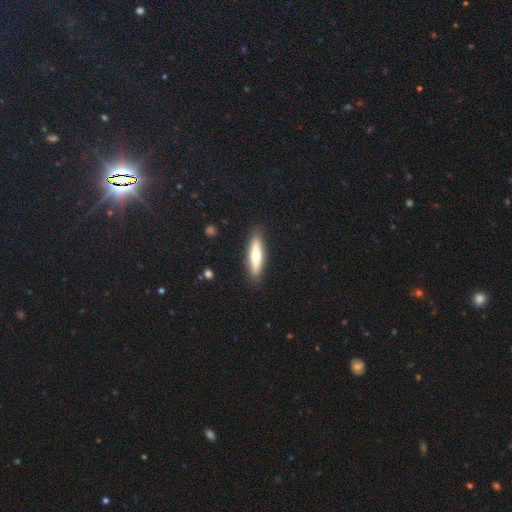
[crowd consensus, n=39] Smooth or featured? smooth (62%)
How rounded? cigar-shaped (83%)
Merging? none (95%)